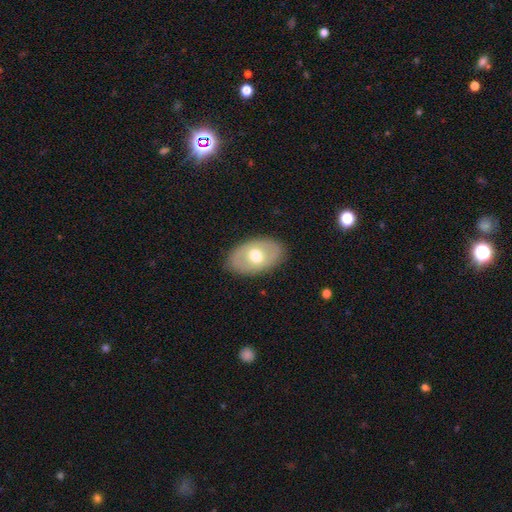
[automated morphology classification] smooth-or-featured: smooth: 54% | featured or disk: 40% | star or artifact: 6%
  how-rounded: in between: 87% | round: 12% | cigar-shaped: 1%
  merging: none: 84% | minor disturbance: 11% | major disturbance: 3% | merger: 1%